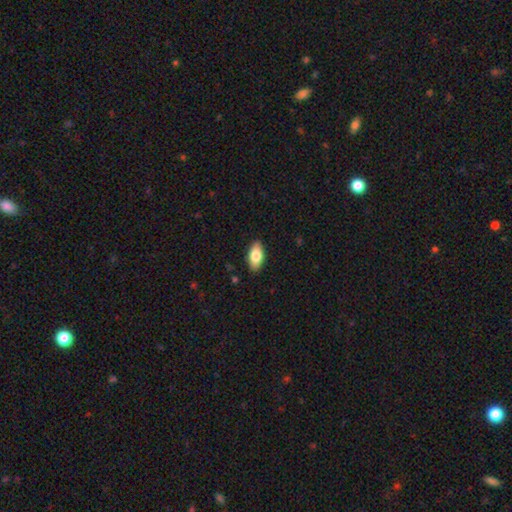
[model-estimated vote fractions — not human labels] smooth_or_featured: smooth (p=0.80) [alt: featured or disk p=0.14]
how_rounded: in between (p=0.91) [alt: cigar-shaped p=0.06]
merging: none (p=0.88) [alt: minor disturbance p=0.09]